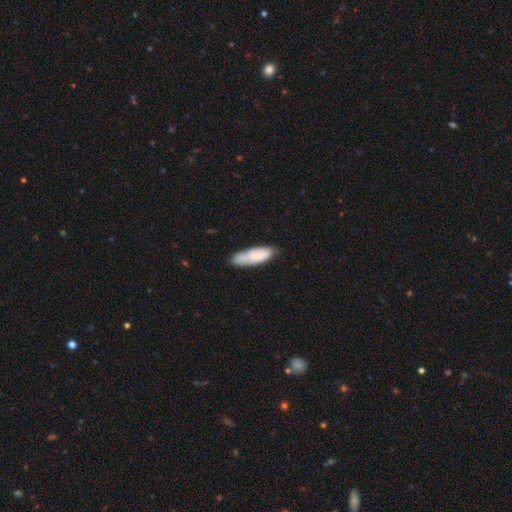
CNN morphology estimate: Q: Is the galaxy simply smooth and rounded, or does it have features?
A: smooth — 76%.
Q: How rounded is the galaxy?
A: in between — 58%.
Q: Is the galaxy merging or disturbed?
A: none — 68%.